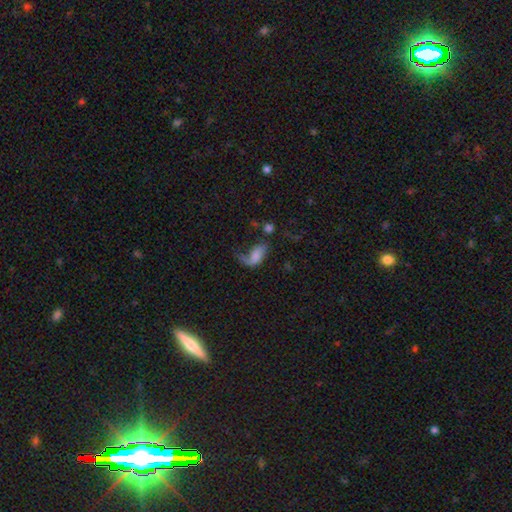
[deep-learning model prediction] Q: Smooth or featured?
A: smooth (49%); runner-up: featured or disk (40%)
Q: Merging?
A: major disturbance (46%); runner-up: none (27%)